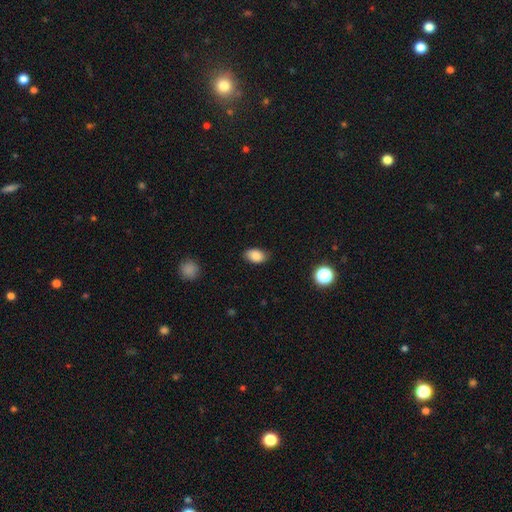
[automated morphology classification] smooth 86%, star or artifact 8%, featured or disk 6%. Down the decision tree: how rounded — in between (90%); merging — none (81%).